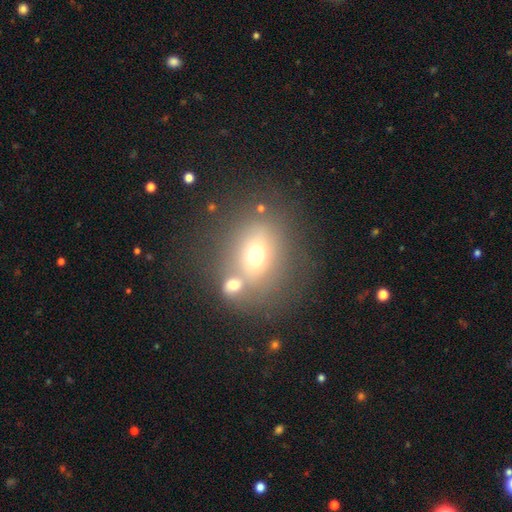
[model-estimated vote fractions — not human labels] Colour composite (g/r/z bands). It shows a smooth galaxy with no disk features (61%) that is round (54%). Merging: none (54%).